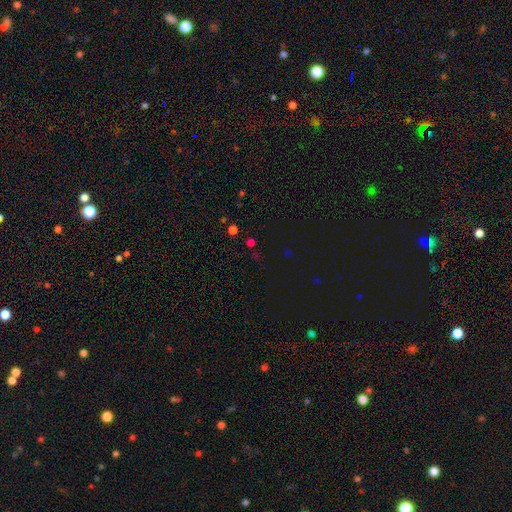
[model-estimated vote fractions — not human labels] smooth_or_featured: star or artifact (p=0.59) [alt: smooth p=0.34]